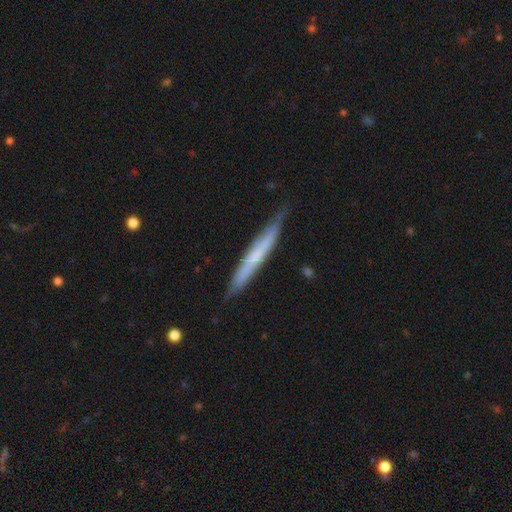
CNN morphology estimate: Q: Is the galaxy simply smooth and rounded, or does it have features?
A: smooth — 48%.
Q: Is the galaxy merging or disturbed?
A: none — 78%.